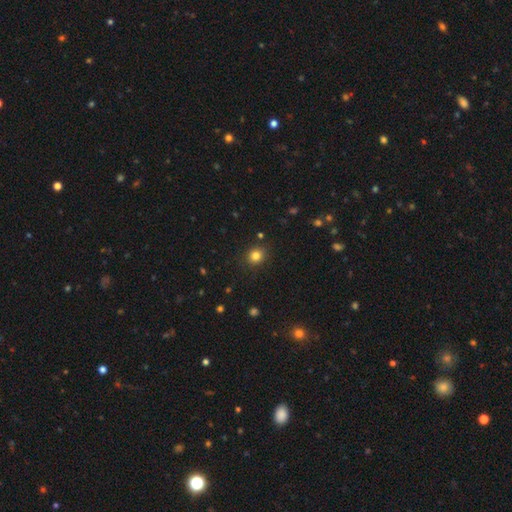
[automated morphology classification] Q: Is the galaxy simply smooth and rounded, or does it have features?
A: smooth — 82%.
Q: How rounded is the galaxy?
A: round — 80%.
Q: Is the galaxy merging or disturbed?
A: none — 88%.